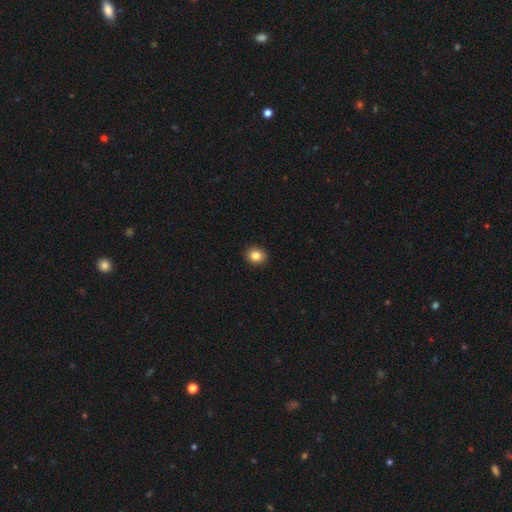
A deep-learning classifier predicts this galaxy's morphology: A smooth galaxy with no disk features (84%) that is round (72%).

Vote fractions:
- Smooth or featured? smooth: 84% / star or artifact: 10% / featured or disk: 6%
- How rounded? round: 72% / in between: 27% / cigar-shaped: 1%
- Merging? none: 92% / minor disturbance: 6% / major disturbance: 2% / merger: 1%